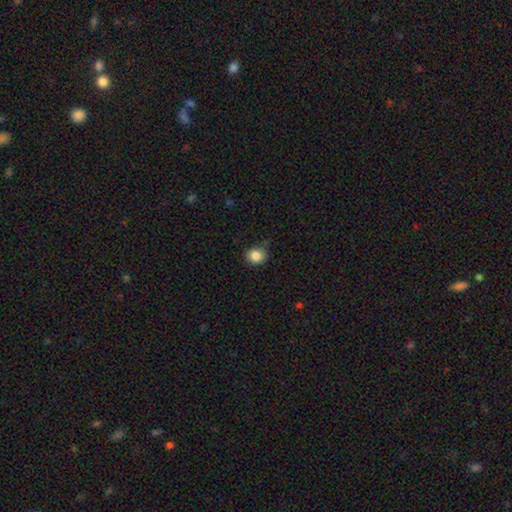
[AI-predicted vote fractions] smooth-or-featured: smooth: 84% | star or artifact: 11% | featured or disk: 5%
  how-rounded: round: 82% | in between: 18% | cigar-shaped: 1%
  merging: none: 75% | minor disturbance: 20% | major disturbance: 4% | merger: 2%